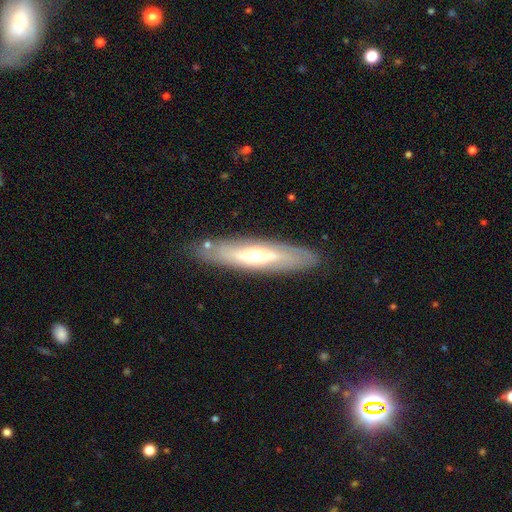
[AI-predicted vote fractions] Smooth or featured? Predicted: featured or disk (p=0.59). Edge-on disk? Predicted: yes (p=0.55). Merging? Predicted: none (p=0.82).